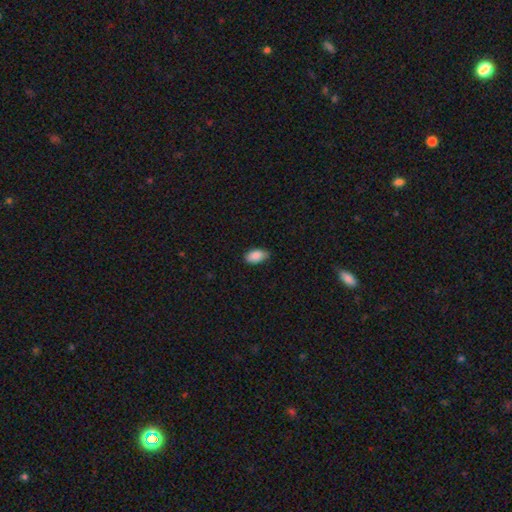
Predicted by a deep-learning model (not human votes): smooth-or-featured: smooth: 89% | star or artifact: 7% | featured or disk: 4%
  how-rounded: in between: 93% | round: 5% | cigar-shaped: 2%
  merging: none: 76% | minor disturbance: 20% | major disturbance: 3% | merger: 1%